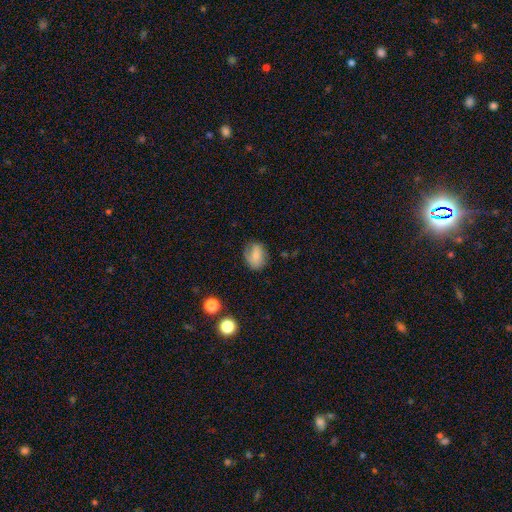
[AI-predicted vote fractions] The model was most divided on "how rounded": in between: 58%, round: 40%, cigar-shaped: 2%. More confident: merging — none (67%); smooth or featured — smooth (63%).